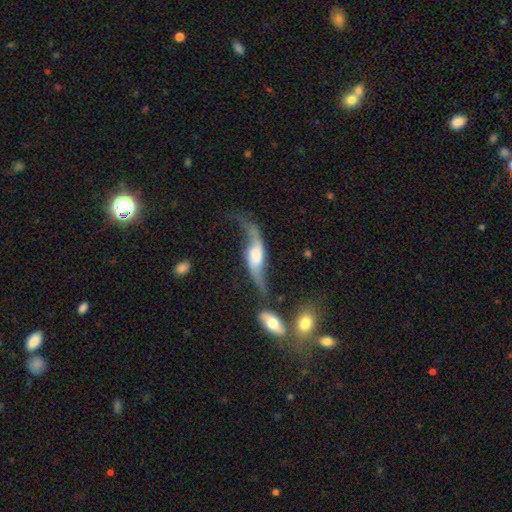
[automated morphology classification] Smooth or featured?
  - featured or disk: 80% *
  - smooth: 14%
  - star or artifact: 6%
Edge-on disk?
  - no: 73% *
  - yes: 27%
Bar?
  - no: 45% *
  - weak: 36%
  - strong: 19%
Spiral arms?
  - yes: 93% *
  - no: 7%
Spiral winding?
  - loose: 91% *
  - medium: 6%
  - tight: 2%
Spiral arm count?
  - 2: 92% *
  - 1: 3%
  - can't tell: 2%
  - 3: 1%
  - 4: 1%
  - more than 4: 1%
Bulge size?
  - large: 30% *
  - moderate: 27%
  - small: 18%
  - none: 16%
  - dominant: 9%
Merging?
  - none: 48% *
  - minor disturbance: 22%
  - major disturbance: 19%
  - merger: 12%